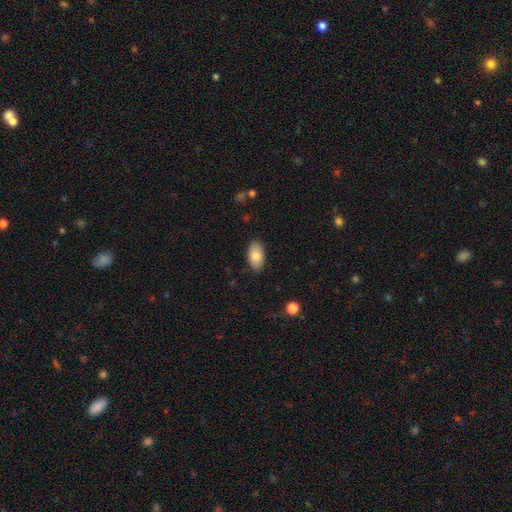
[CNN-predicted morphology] Smooth or featured?
  - smooth: 85% *
  - featured or disk: 8%
  - star or artifact: 7%
How rounded?
  - in between: 94% *
  - round: 3%
  - cigar-shaped: 2%
Merging?
  - none: 86% *
  - minor disturbance: 10%
  - major disturbance: 2%
  - merger: 1%